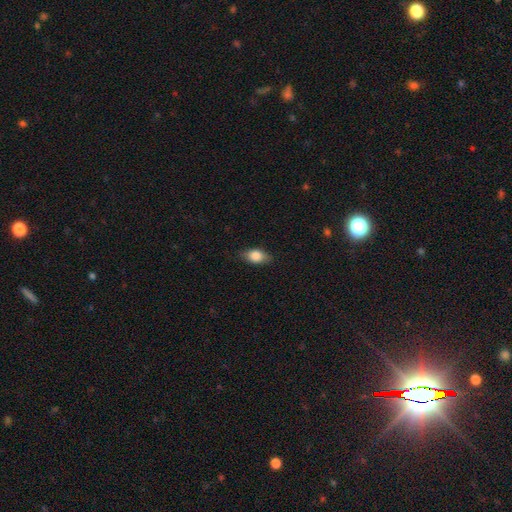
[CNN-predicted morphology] The model was most divided on "merging": none: 81%, minor disturbance: 15%, major disturbance: 3%, merger: 1%. More confident: how rounded — in between (85%); smooth or featured — smooth (81%).